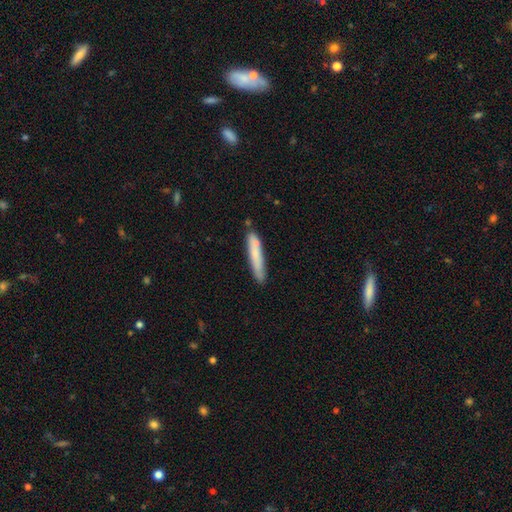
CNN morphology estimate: smooth 74%, featured or disk 20%, star or artifact 6%. Down the decision tree: how rounded — cigar-shaped (92%); merging — none (75%).